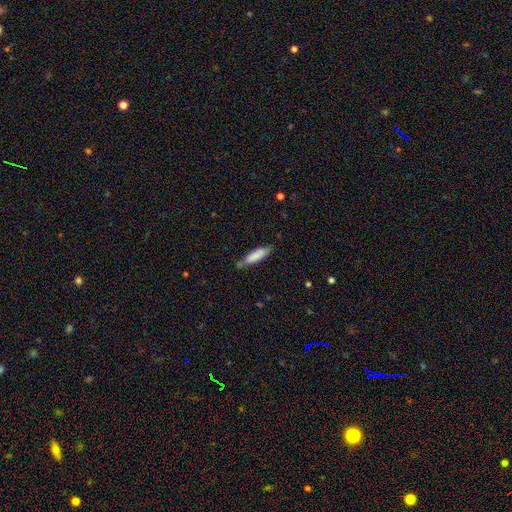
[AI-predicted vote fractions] Smooth or featured?
  - smooth: 82% *
  - featured or disk: 12%
  - star or artifact: 6%
How rounded?
  - cigar-shaped: 66% *
  - in between: 32%
  - round: 1%
Merging?
  - none: 67% *
  - minor disturbance: 24%
  - merger: 5%
  - major disturbance: 5%